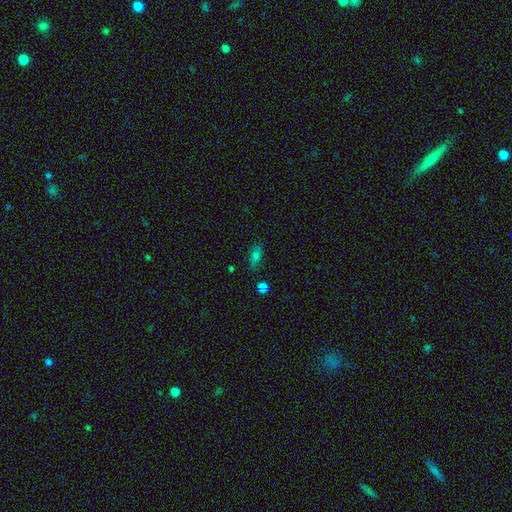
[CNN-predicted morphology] Smooth or featured: smooth — 65% (star or artifact — 18%)
How rounded: in between — 71% (cigar-shaped — 21%)
Merging: none — 74% (minor disturbance — 18%)